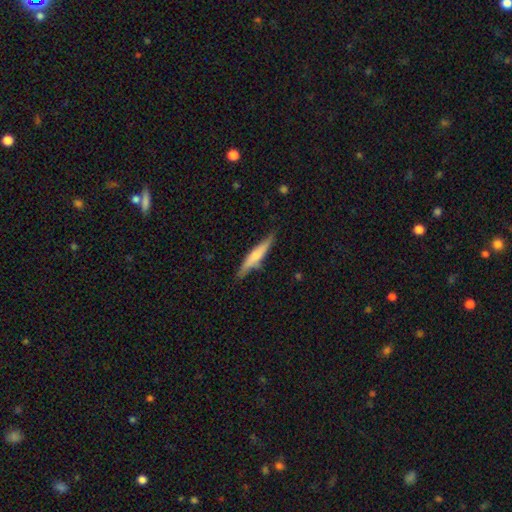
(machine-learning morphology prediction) A smooth galaxy with no disk features (55%) that is cigar-shaped (88%). Merging: none (79%).